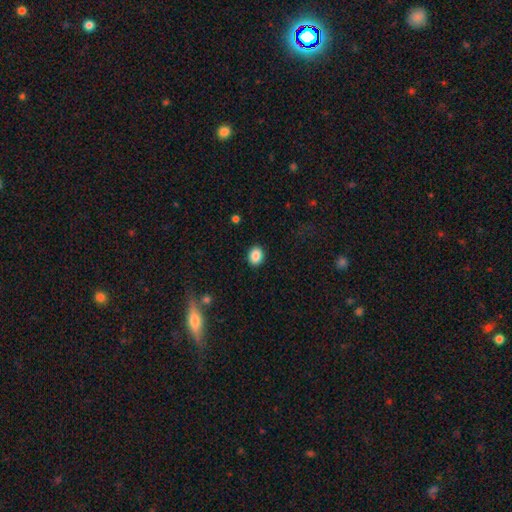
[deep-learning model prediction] smooth-or-featured: smooth: 87% | star or artifact: 9% | featured or disk: 4%
  how-rounded: round: 50% | in between: 49% | cigar-shaped: 1%
  merging: none: 90% | minor disturbance: 7% | major disturbance: 2% | merger: 1%